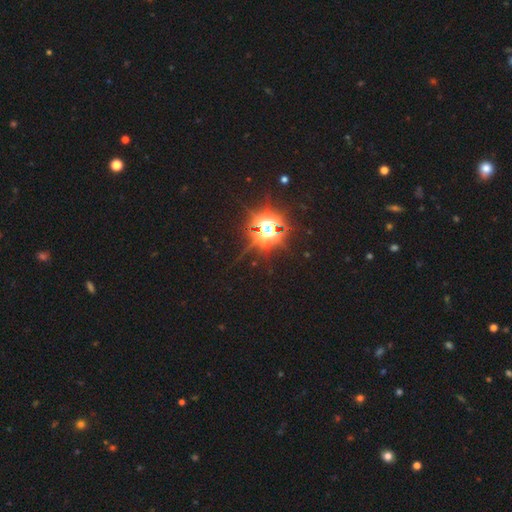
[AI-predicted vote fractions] Smooth or featured? star or artifact (84%)